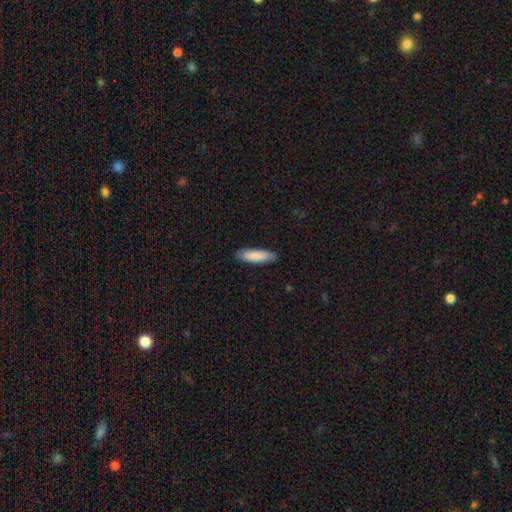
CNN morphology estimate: type=smooth (86%); roundness=cigar-shaped (65%); merging=none (88%).